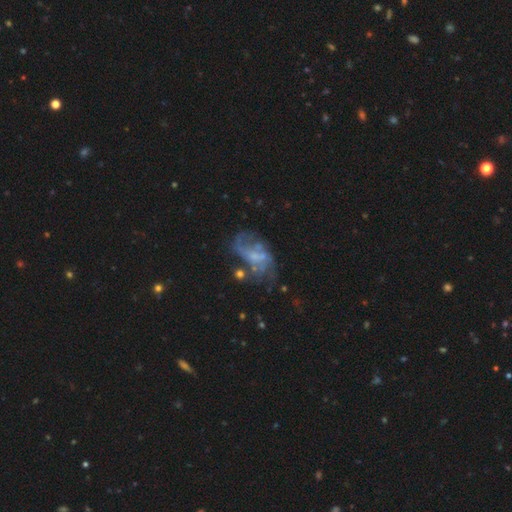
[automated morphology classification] The model was most divided on "merging": major disturbance: 35%, none: 34%, minor disturbance: 20%, merger: 12%. Remaining: edge-on disk — no (97%); smooth or featured — featured or disk (67%); bar — no (57%); spiral arms — yes (57%); bulge size — none (47%).